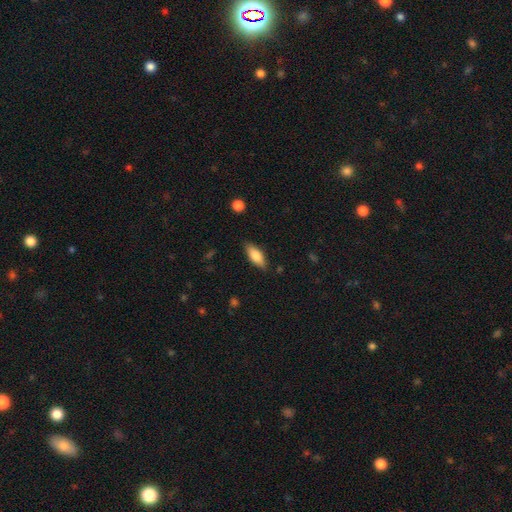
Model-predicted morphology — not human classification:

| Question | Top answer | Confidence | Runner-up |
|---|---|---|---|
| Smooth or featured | smooth | 77% | featured or disk (17%) |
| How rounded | in between | 75% | cigar-shaped (22%) |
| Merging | none | 84% | minor disturbance (12%) |